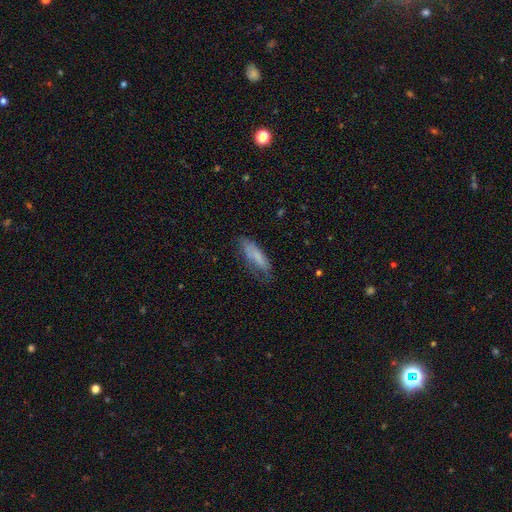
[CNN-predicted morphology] smooth-or-featured: smooth: 70% | featured or disk: 22% | star or artifact: 8%
  how-rounded: cigar-shaped: 50% | in between: 48% | round: 2%
  merging: none: 50% | minor disturbance: 31% | major disturbance: 16% | merger: 2%